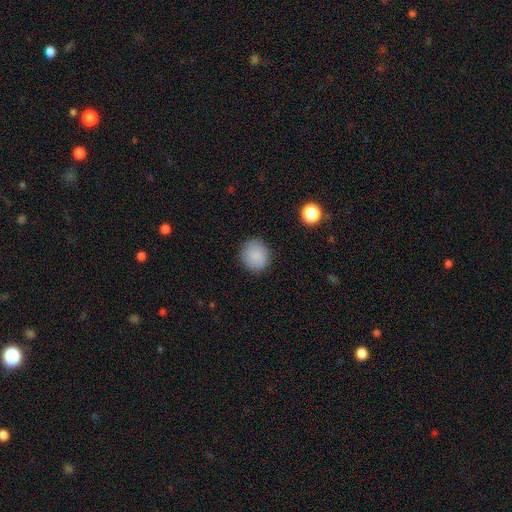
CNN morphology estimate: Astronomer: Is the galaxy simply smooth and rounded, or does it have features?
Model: smooth — 87%.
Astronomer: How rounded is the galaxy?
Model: round — 86%.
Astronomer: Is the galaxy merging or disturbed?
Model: none — 88%.